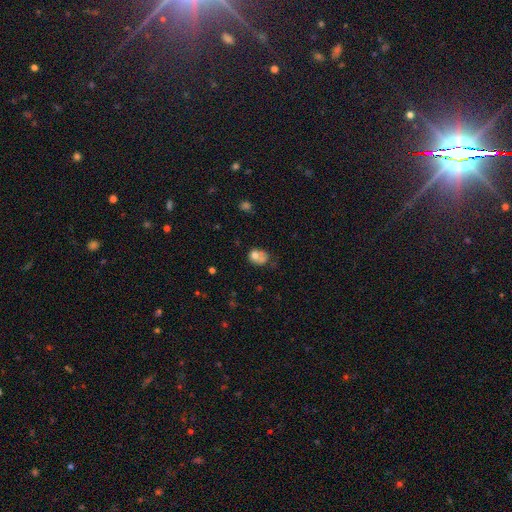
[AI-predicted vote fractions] smooth-or-featured: smooth: 68% | featured or disk: 22% | star or artifact: 11%
  how-rounded: round: 50% | in between: 49% | cigar-shaped: 1%
  merging: merger: 37% | none: 29% | minor disturbance: 19% | major disturbance: 15%